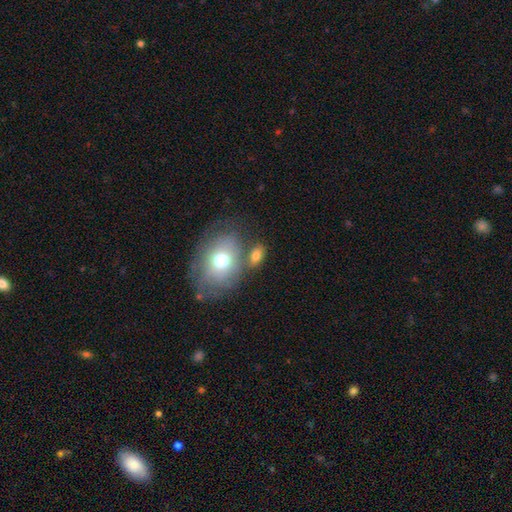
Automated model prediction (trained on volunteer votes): Smooth or featured? smooth (70%)
How rounded? in between (70%)
Merging? none (58%)